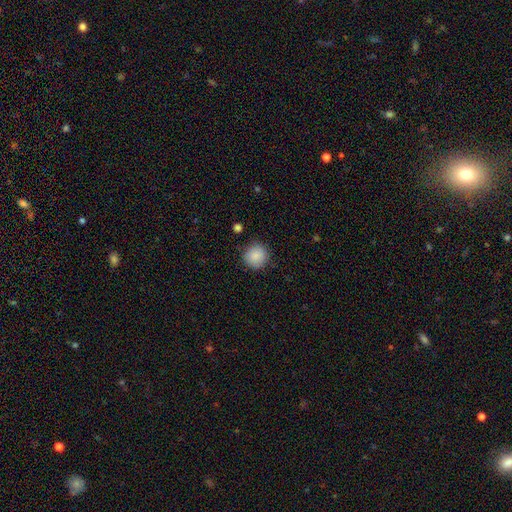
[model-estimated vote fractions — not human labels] smooth 88%, star or artifact 8%, featured or disk 4%. Down the decision tree: how rounded — round (93%); merging — none (87%).